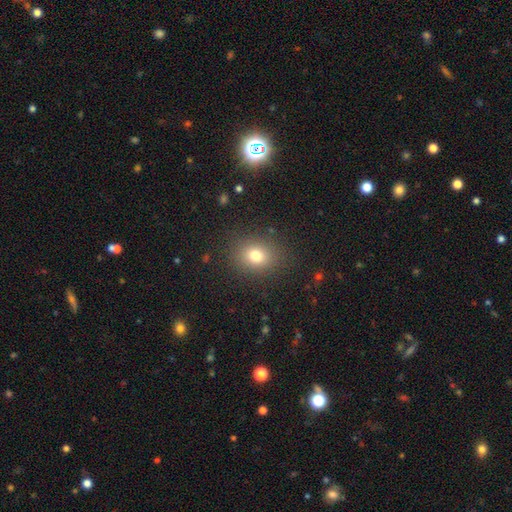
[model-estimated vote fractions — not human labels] Smooth or featured? smooth (76%)
How rounded? round (63%)
Merging? none (87%)